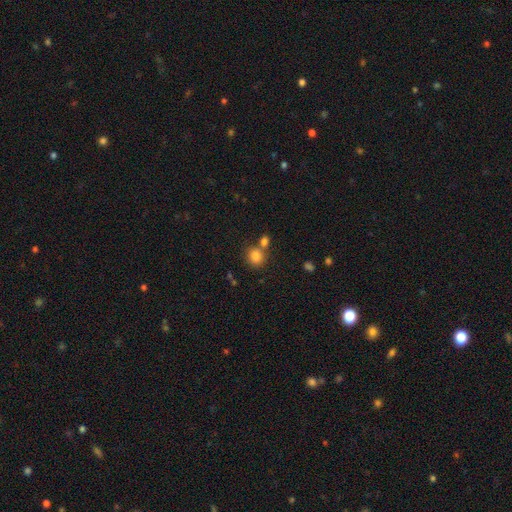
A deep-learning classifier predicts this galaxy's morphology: Smooth or featured? smooth (83%)
How rounded? round (78%)
Merging? none (60%)